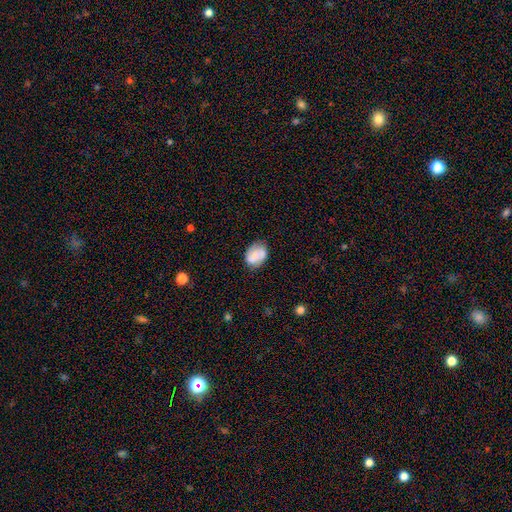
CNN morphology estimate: smooth_or_featured: smooth (p=0.65) [alt: featured or disk p=0.26]
how_rounded: in between (p=0.64) [alt: round p=0.35]
merging: none (p=0.68) [alt: minor disturbance p=0.23]